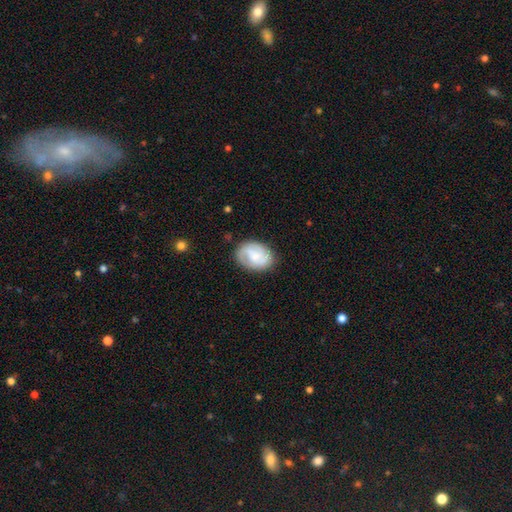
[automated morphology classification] This appears to be a featured or disk galaxy (53%) with no bar (52%), spiral arms (85%) and a small central bulge (39%). Merging: none (74%).